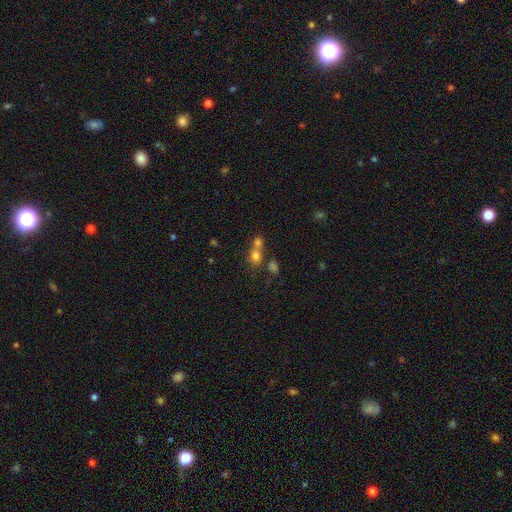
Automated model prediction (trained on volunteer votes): smooth_or_featured: smooth (p=0.72) [alt: star or artifact p=0.17]
how_rounded: round (p=0.75) [alt: in between p=0.24]
merging: merger (p=0.51) [alt: none p=0.38]